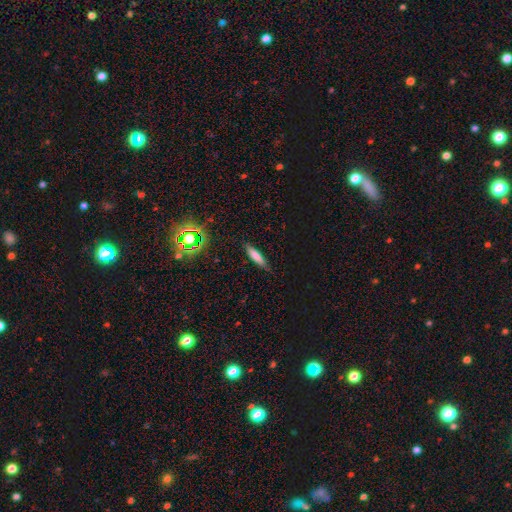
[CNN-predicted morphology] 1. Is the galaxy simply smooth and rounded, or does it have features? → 71% smooth, 16% featured or disk, 12% star or artifact.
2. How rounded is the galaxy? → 73% cigar-shaped, 25% in between, 2% round.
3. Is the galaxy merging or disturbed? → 84% none, 12% minor disturbance, 3% major disturbance, 1% merger.